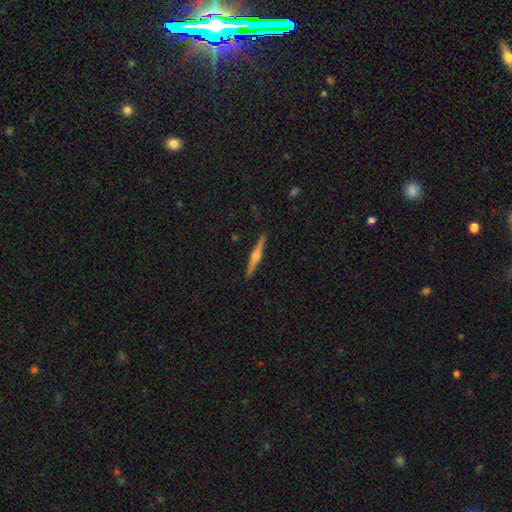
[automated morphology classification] featured or disk 74%, smooth 20%, star or artifact 6%. Down the decision tree: edge-on disk — yes (98%); edge-on bulge — rounded (91%); merging — none (92%).